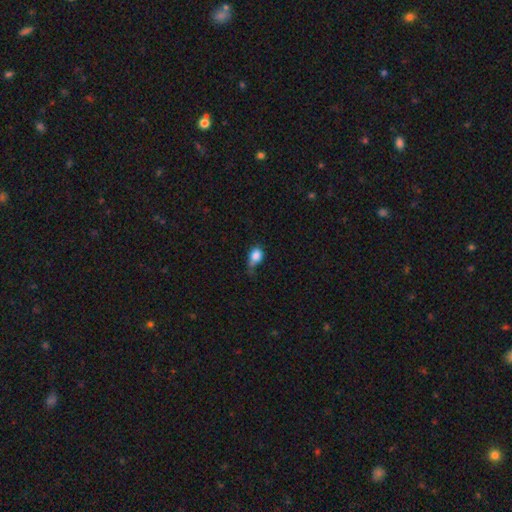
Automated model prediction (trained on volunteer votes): Q: Smooth or featured?
A: smooth (82%); runner-up: featured or disk (9%)
Q: How rounded?
A: in between (51%); runner-up: round (46%)
Q: Merging?
A: minor disturbance (38%); runner-up: major disturbance (29%)